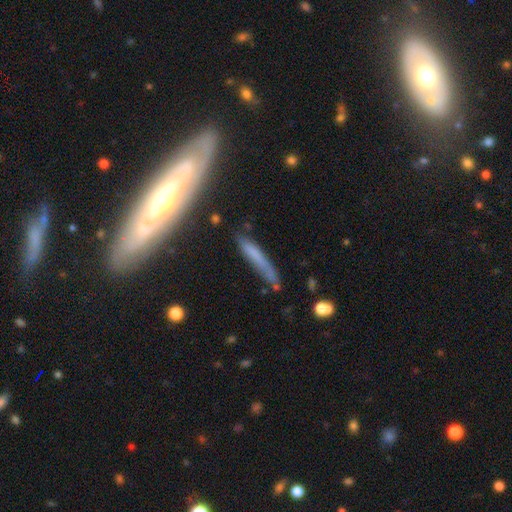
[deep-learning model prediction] A smooth galaxy with no disk features (50%) that is cigar-shaped (89%).

Vote fractions:
- Smooth or featured? smooth: 50% / featured or disk: 41% / star or artifact: 9%
- How rounded? cigar-shaped: 89% / in between: 9% / round: 3%
- Merging? none: 66% / minor disturbance: 22% / major disturbance: 7% / merger: 5%